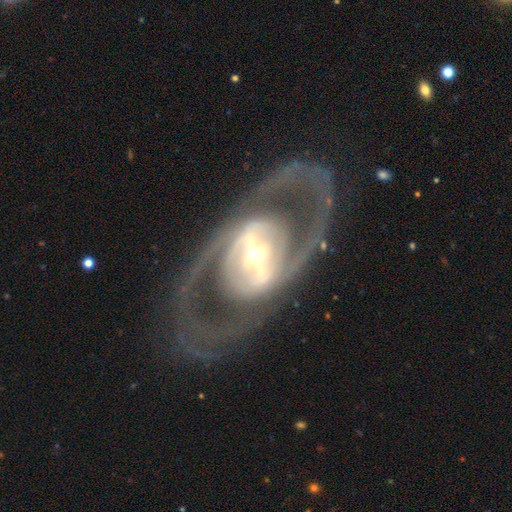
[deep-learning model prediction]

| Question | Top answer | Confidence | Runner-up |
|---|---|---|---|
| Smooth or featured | featured or disk | 87% | smooth (8%) |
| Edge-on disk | no | 93% | yes (7%) |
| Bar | strong | 52% | weak (30%) |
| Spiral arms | yes | 77% | no (23%) |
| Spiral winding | medium | 49% | tight (31%) |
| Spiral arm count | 2 | 82% | can't tell (10%) |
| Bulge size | moderate | 54% | small (34%) |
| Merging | none | 71% | major disturbance (15%) |